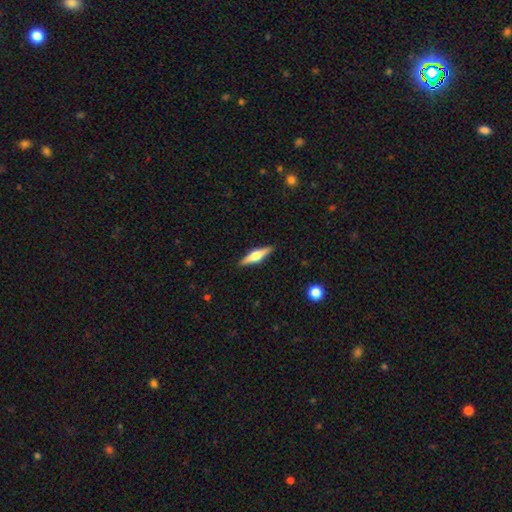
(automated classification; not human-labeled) Overall: featured or disk (59%; smooth 35%). Edge-on disk: yes (97%). Edge-on bulge: rounded (91%). Merging: none (91%).